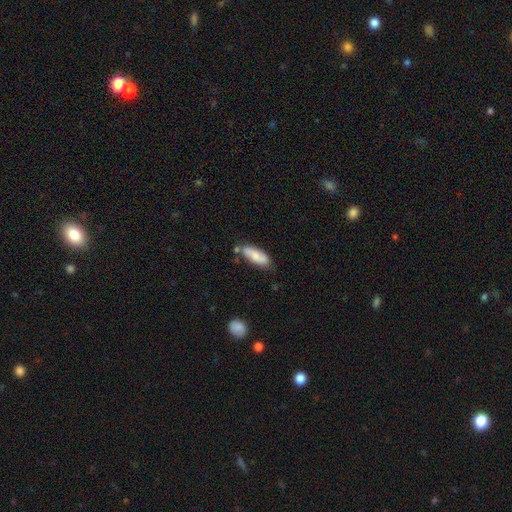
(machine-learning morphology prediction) Overall: smooth (65%; featured or disk 28%). How rounded: in between (68%; cigar-shaped 30%). Merging: none (68%).